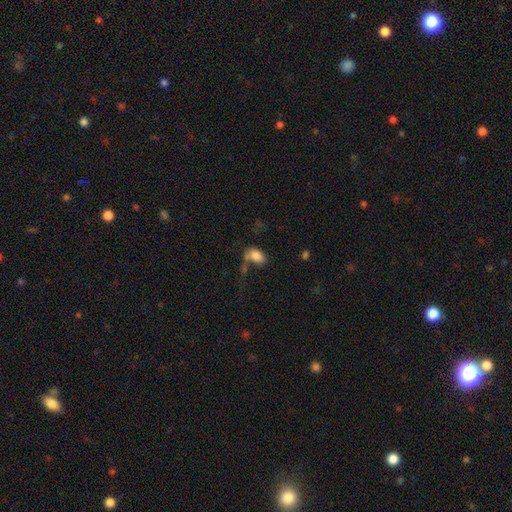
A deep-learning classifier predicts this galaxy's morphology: The model was most divided on "merging": none: 37%, merger: 26%, major disturbance: 20%, minor disturbance: 18%. More confident: how rounded — in between (89%); smooth or featured — smooth (80%).